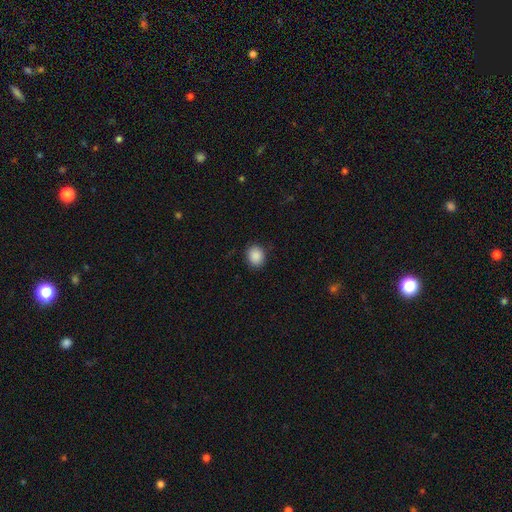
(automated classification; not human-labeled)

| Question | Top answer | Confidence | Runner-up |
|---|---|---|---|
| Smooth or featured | smooth | 89% | star or artifact (8%) |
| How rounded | round | 64% | in between (35%) |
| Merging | none | 88% | minor disturbance (9%) |